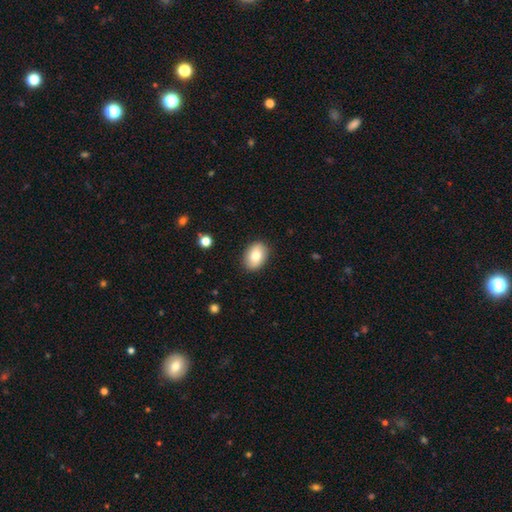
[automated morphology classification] Smooth or featured?
  - smooth: 81% *
  - featured or disk: 12%
  - star or artifact: 7%
How rounded?
  - in between: 83% *
  - round: 16%
  - cigar-shaped: 1%
Merging?
  - none: 88% *
  - minor disturbance: 9%
  - major disturbance: 2%
  - merger: 1%